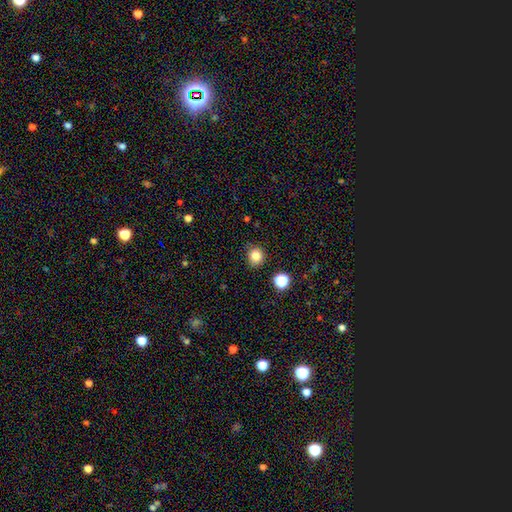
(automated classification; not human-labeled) Morphology: type=smooth (82%); roundness=round (86%); merging=none (83%).